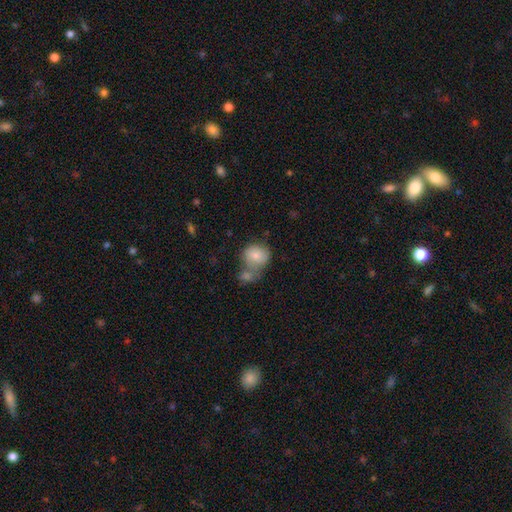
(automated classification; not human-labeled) A smooth galaxy with no disk features (79%) that is round (69%).

Vote fractions:
- Smooth or featured? smooth: 79% / featured or disk: 13% / star or artifact: 8%
- How rounded? round: 69% / in between: 30% / cigar-shaped: 1%
- Merging? merger: 46% / none: 34% / minor disturbance: 14% / major disturbance: 6%